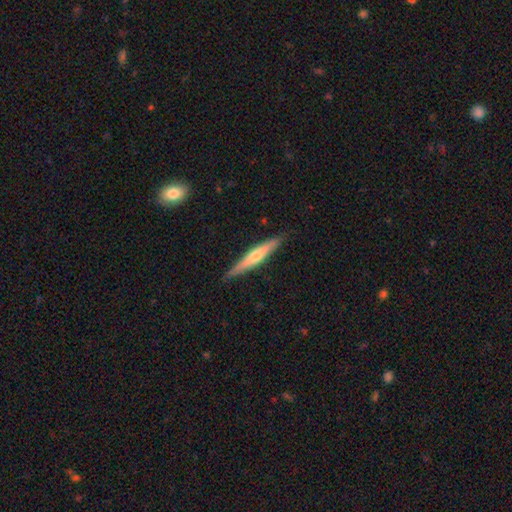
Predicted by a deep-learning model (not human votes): Smooth or featured? Predicted: featured or disk (p=0.58). Edge-on disk? Predicted: yes (p=0.96). Edge-on bulge? Predicted: rounded (p=0.80). Merging? Predicted: none (p=0.89).